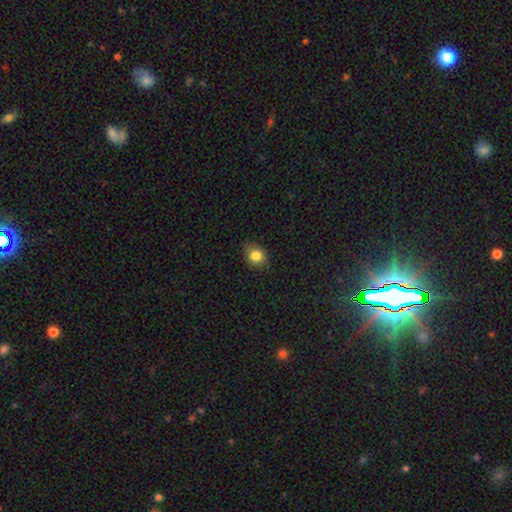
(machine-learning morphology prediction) This appears to be a smooth galaxy with no disk features (83%) that is round (62%). Merging: none (80%).